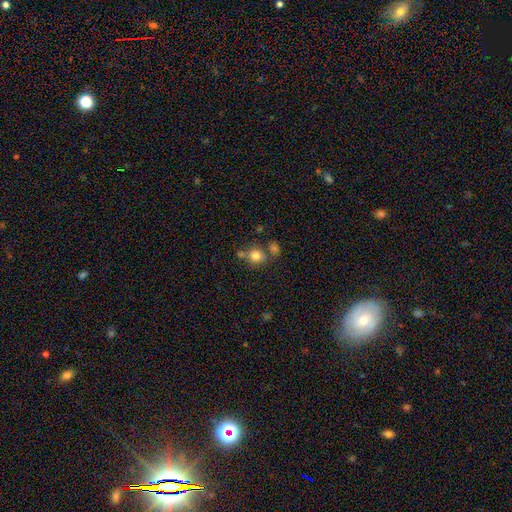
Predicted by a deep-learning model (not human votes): Smooth or featured? Predicted: smooth (p=0.80). How rounded? Predicted: round (p=0.76). Merging? Predicted: none (p=0.63).